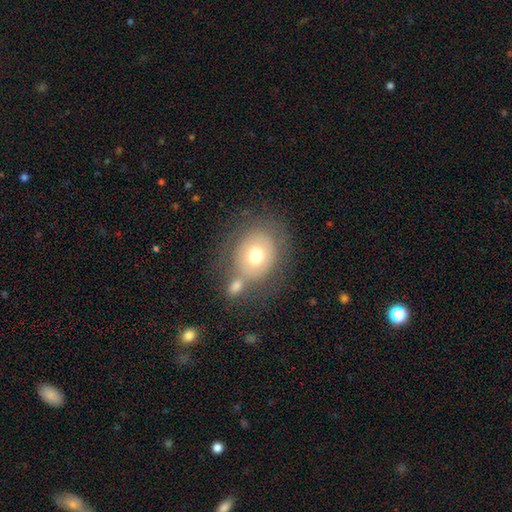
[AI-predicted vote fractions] Q: Smooth or featured?
A: smooth (66%); runner-up: featured or disk (24%)
Q: How rounded?
A: round (64%); runner-up: in between (35%)
Q: Merging?
A: none (50%); runner-up: merger (26%)